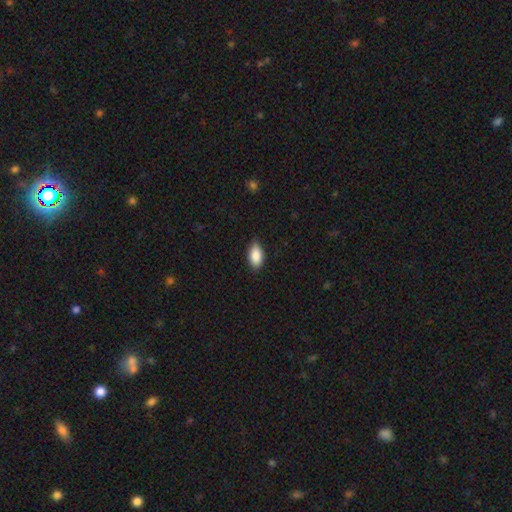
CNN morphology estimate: smooth_or_featured: smooth (p=0.88) [alt: star or artifact p=0.07]
how_rounded: in between (p=0.93) [alt: cigar-shaped p=0.04]
merging: none (p=0.85) [alt: minor disturbance p=0.12]